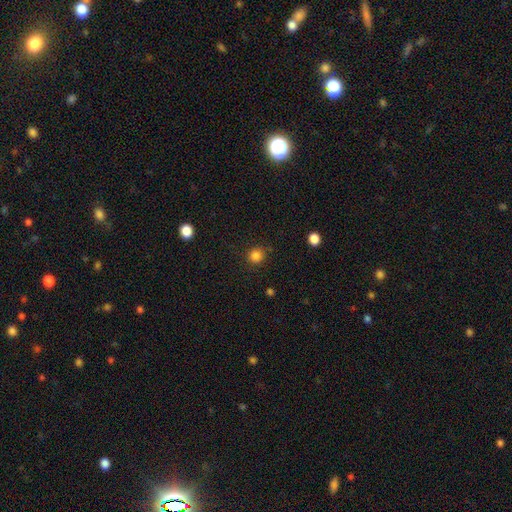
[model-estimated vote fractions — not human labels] Smooth or featured? Predicted: smooth (p=0.83). How rounded? Predicted: round (p=0.92). Merging? Predicted: none (p=0.87).